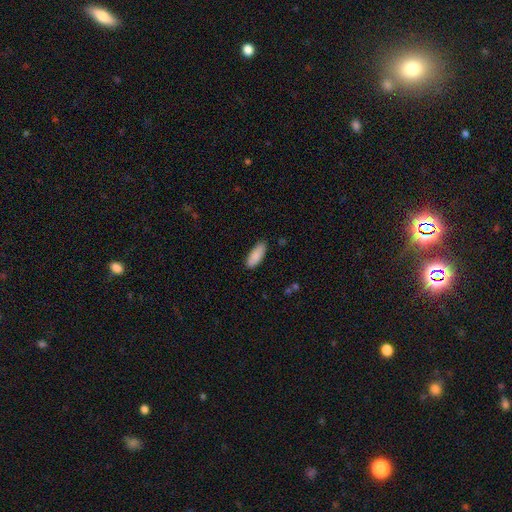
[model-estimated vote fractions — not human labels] A smooth galaxy with no disk features (88%) that is in between round and cigar-shaped (79%). Merging: none (85%).